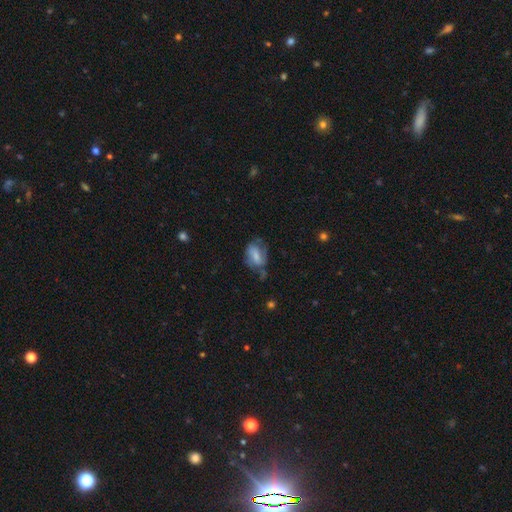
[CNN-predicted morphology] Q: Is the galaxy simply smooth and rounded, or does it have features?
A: smooth — 52%.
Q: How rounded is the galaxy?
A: in between — 81%.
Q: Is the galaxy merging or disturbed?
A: none — 41%.